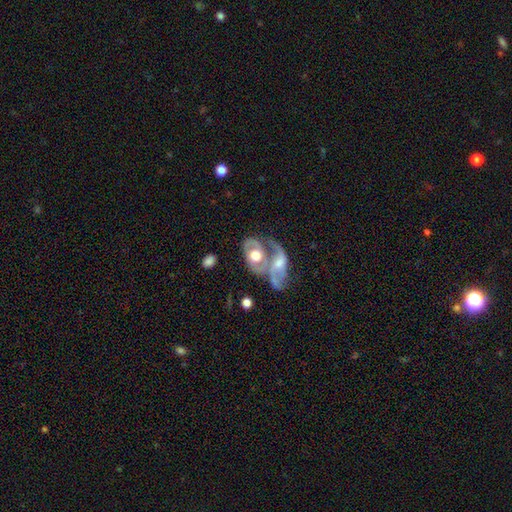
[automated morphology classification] featured or disk 66%, smooth 28%, star or artifact 6%. Down the decision tree: edge-on disk — no (94%); bar — no (77%); spiral arms — yes (64%); bulge size — moderate (52%); merging — merger (61%).